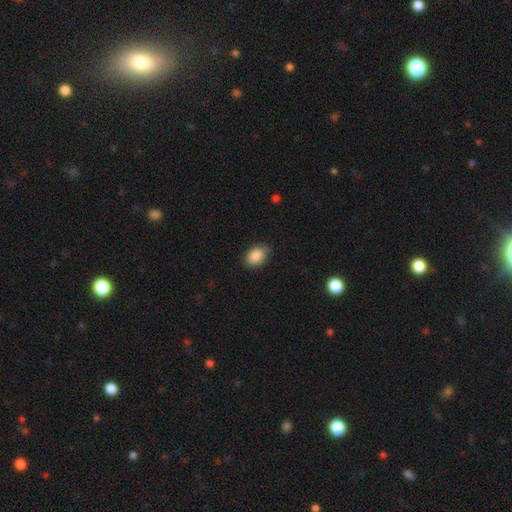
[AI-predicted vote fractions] Smooth or featured?
  - smooth: 88% *
  - star or artifact: 8%
  - featured or disk: 5%
How rounded?
  - in between: 81% *
  - round: 18%
  - cigar-shaped: 1%
Merging?
  - none: 82% *
  - minor disturbance: 14%
  - major disturbance: 3%
  - merger: 1%